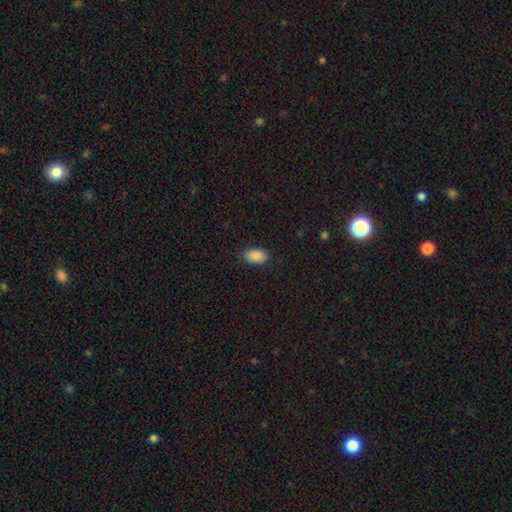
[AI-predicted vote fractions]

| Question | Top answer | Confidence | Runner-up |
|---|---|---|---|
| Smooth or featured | smooth | 89% | star or artifact (8%) |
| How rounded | in between | 91% | round (7%) |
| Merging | none | 87% | minor disturbance (10%) |